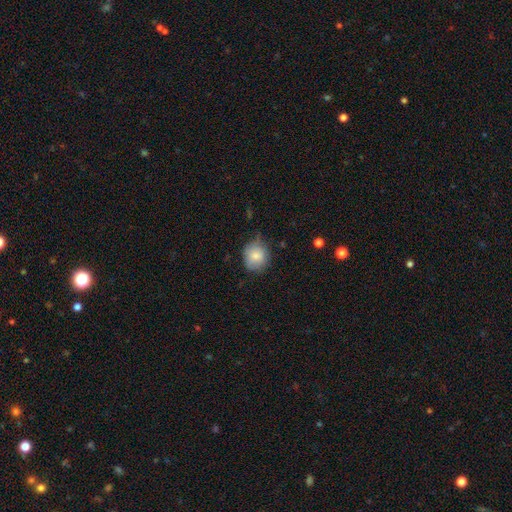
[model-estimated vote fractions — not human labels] Overall: smooth (81%). How rounded: round (82%). Merging: none (64%; minor disturbance 28%).